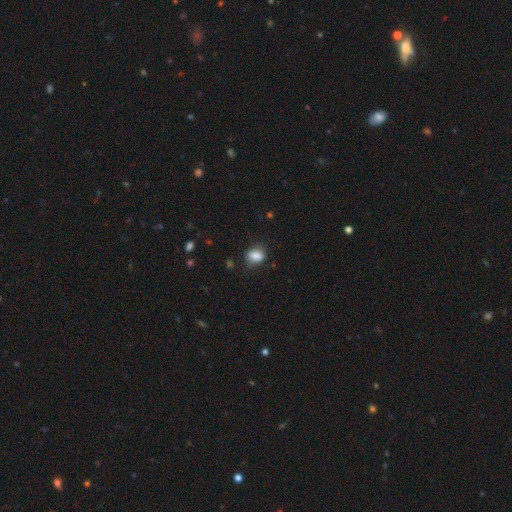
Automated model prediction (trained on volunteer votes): This appears to be a smooth galaxy with no disk features (85%) that is in between round and cigar-shaped (67%). Merging: none (71%).